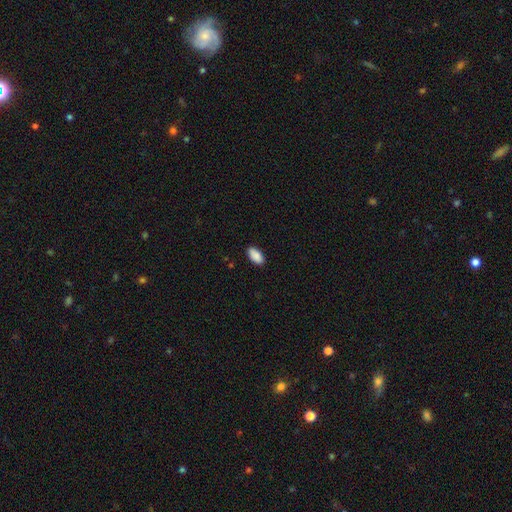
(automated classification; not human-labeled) This appears to be a smooth galaxy with no disk features (89%) that is in between round and cigar-shaped (93%). Merging: none (86%).